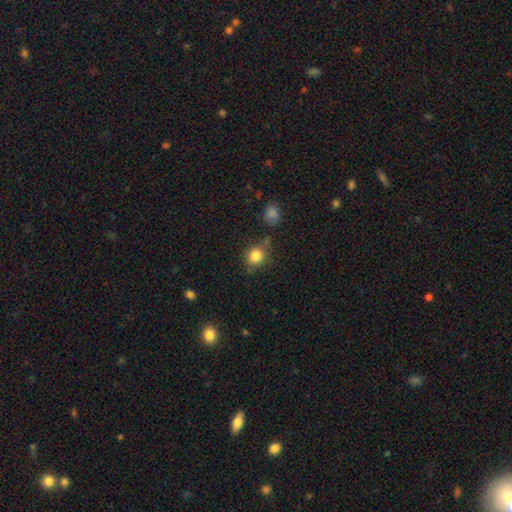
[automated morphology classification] Smooth or featured? smooth (84%)
How rounded? round (80%)
Merging? none (71%)